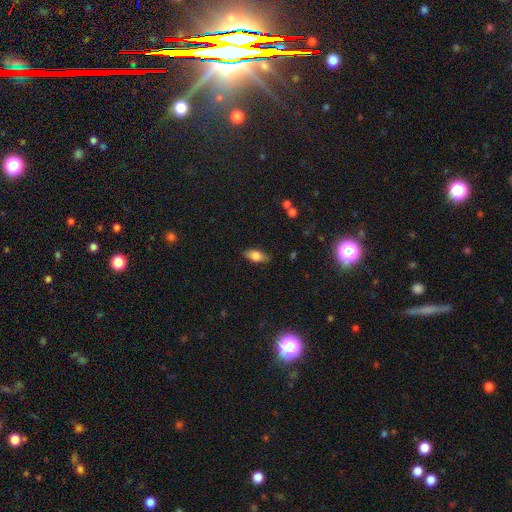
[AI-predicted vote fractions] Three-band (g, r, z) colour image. It shows a smooth galaxy with no disk features (75%) that is in between round and cigar-shaped (85%). Merging: none (85%).